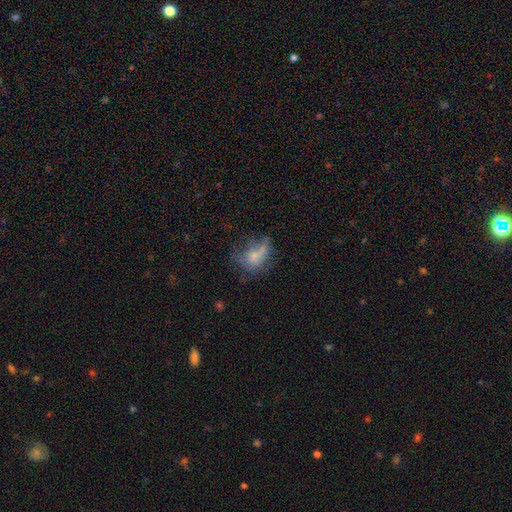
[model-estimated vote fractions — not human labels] Morphology: type=smooth (57%); roundness=in between (58%); merging=major disturbance (36%).